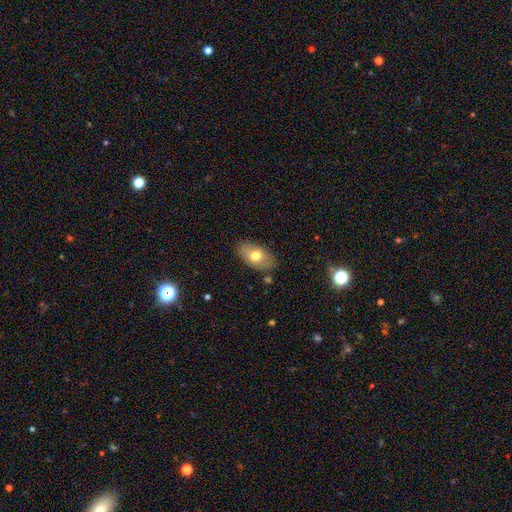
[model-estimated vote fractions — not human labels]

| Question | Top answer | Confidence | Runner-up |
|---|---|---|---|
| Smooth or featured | smooth | 69% | featured or disk (24%) |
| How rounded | in between | 91% | round (7%) |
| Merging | none | 83% | minor disturbance (12%) |